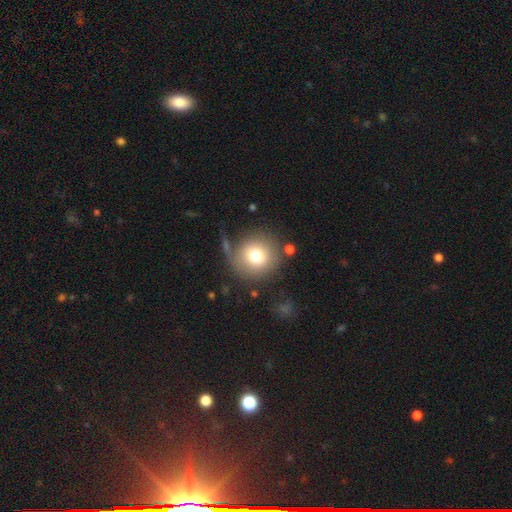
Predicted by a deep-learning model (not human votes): Smooth or featured?
  - smooth: 74% *
  - featured or disk: 15%
  - star or artifact: 11%
How rounded?
  - round: 94% *
  - in between: 5%
  - cigar-shaped: 1%
Merging?
  - none: 73% *
  - minor disturbance: 13%
  - major disturbance: 8%
  - merger: 6%